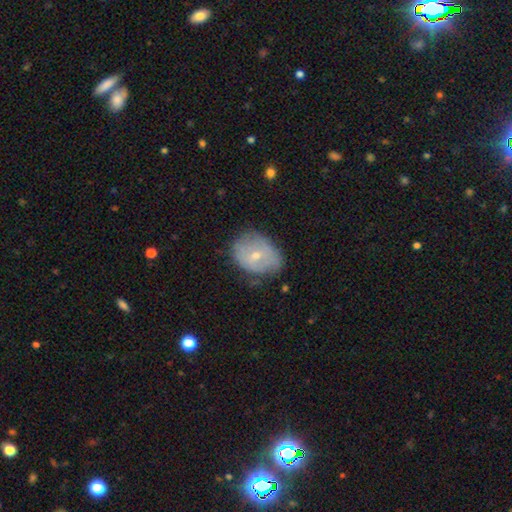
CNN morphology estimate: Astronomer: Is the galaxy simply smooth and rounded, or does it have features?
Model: smooth — 47% (runner-up: featured or disk, 45%).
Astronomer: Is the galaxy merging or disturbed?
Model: none — 57%.